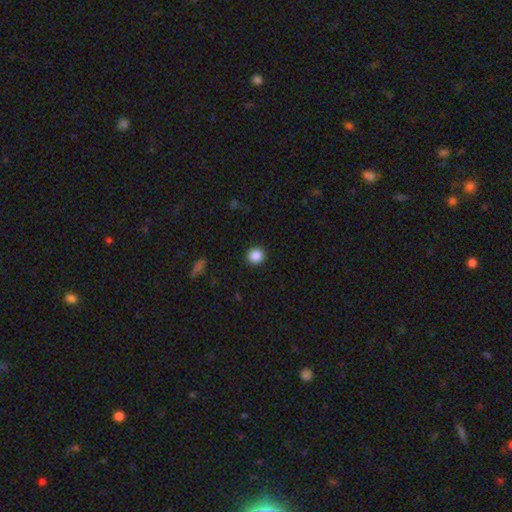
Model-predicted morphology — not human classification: Smooth or featured?
  - smooth: 87% *
  - star or artifact: 10%
  - featured or disk: 3%
How rounded?
  - round: 90% *
  - in between: 9%
  - cigar-shaped: 1%
Merging?
  - none: 92% *
  - minor disturbance: 5%
  - major disturbance: 2%
  - merger: 1%